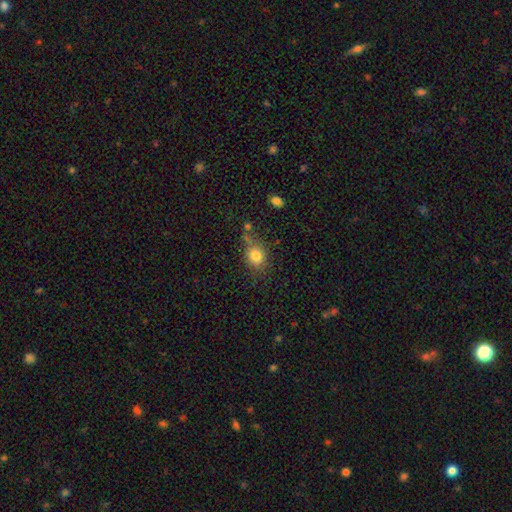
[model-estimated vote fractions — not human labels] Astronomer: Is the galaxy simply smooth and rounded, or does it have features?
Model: smooth — 81%.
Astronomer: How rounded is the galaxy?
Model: round — 63%.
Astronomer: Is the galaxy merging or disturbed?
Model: none — 64%.